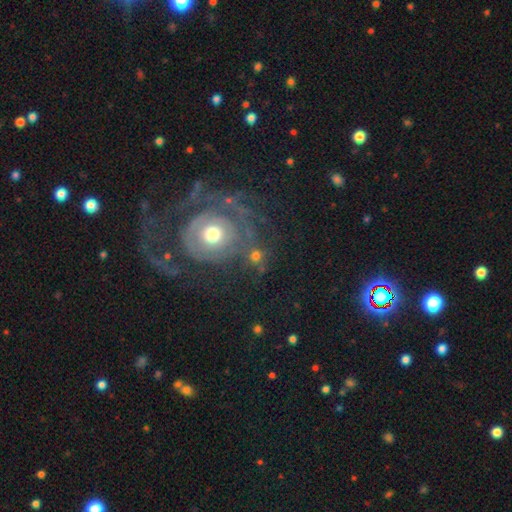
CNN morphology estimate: smooth-or-featured: smooth: 46% | featured or disk: 37% | star or artifact: 18%
  merging: none: 62% | major disturbance: 13% | minor disturbance: 13% | merger: 11%